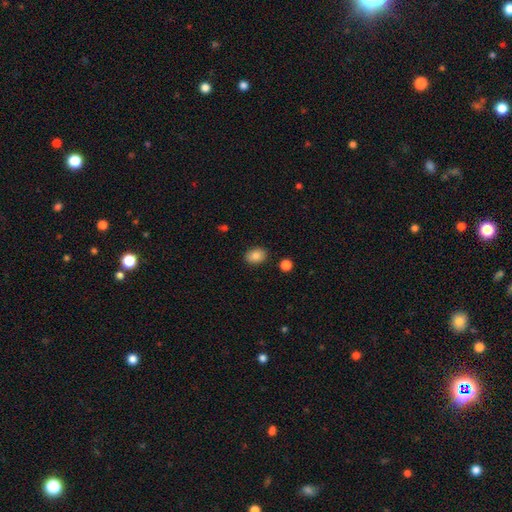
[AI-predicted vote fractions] This appears to be a smooth galaxy with no disk features (85%) that is in between round and cigar-shaped (67%). Merging: none (88%).